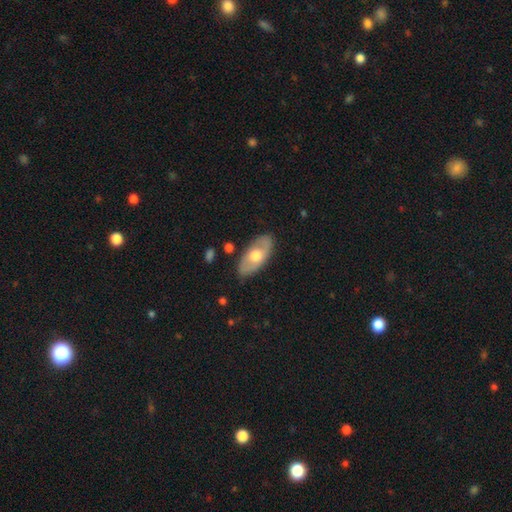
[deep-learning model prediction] This appears to be a smooth galaxy with no disk features (47%, tied with featured or disk). Merging: none (82%).